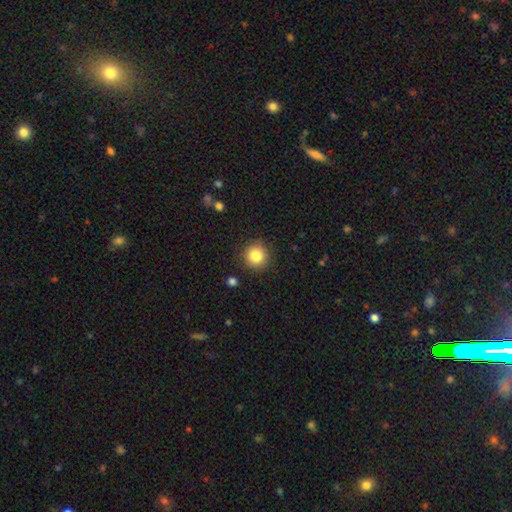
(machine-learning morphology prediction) smooth_or_featured: smooth (p=0.83) [alt: star or artifact p=0.10]
how_rounded: round (p=0.94) [alt: in between p=0.05]
merging: none (p=0.89) [alt: minor disturbance p=0.07]